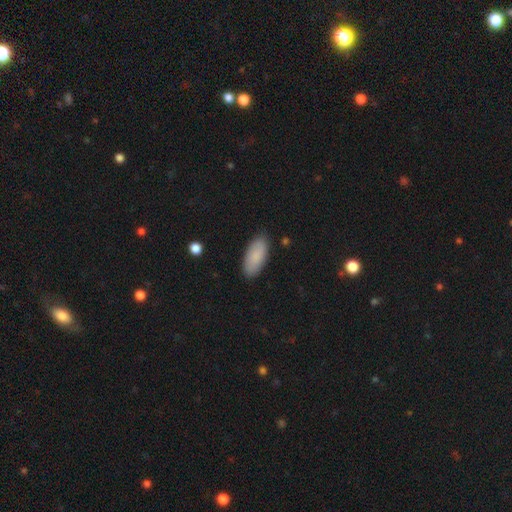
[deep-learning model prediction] This is clearly a smooth galaxy (86%). How rounded: clearly in between (88%). Merging: clearly none (87%).